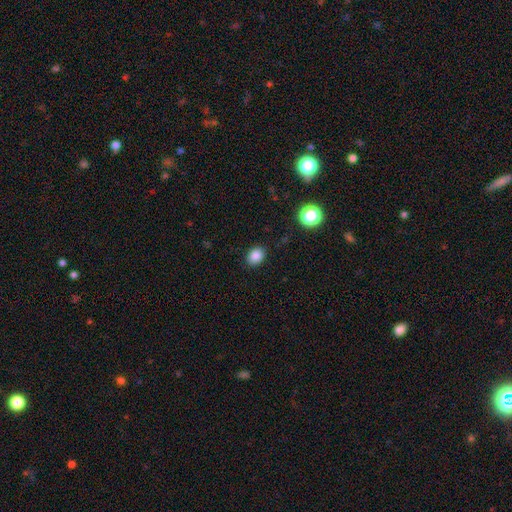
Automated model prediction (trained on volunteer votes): Q: Smooth or featured?
A: smooth (86%); runner-up: star or artifact (10%)
Q: How rounded?
A: in between (58%); runner-up: round (41%)
Q: Merging?
A: none (88%); runner-up: minor disturbance (8%)